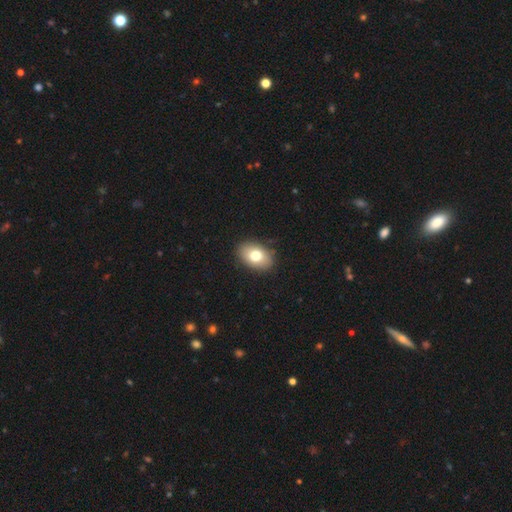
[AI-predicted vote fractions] Morphology: type=smooth (74%); roundness=in between (85%); merging=none (88%).